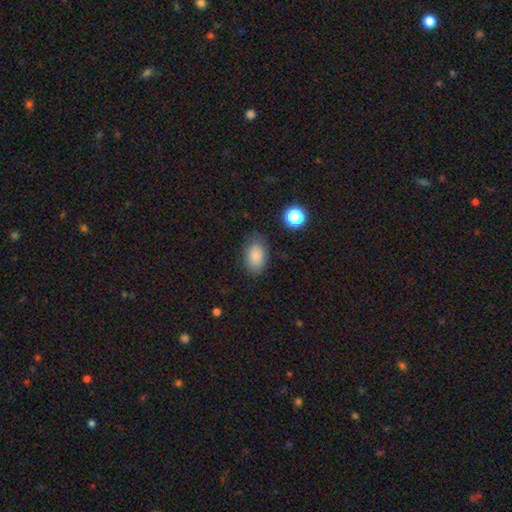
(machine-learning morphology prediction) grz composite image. It shows a smooth galaxy with no disk features (85%) that is in between round and cigar-shaped (89%). Merging: none (77%).